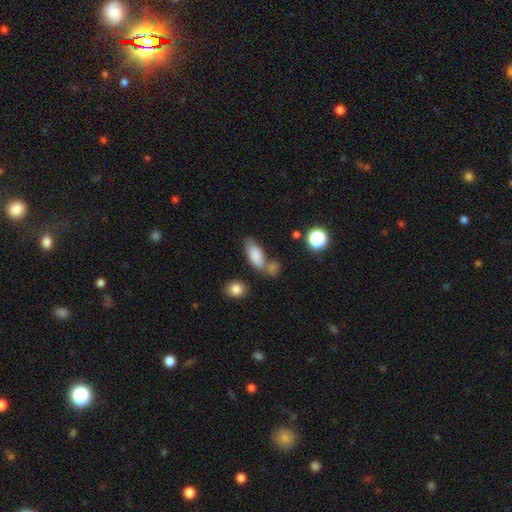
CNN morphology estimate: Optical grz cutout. It shows a smooth galaxy with no disk features (82%) that is in between round and cigar-shaped (81%). Merging: none (47%).